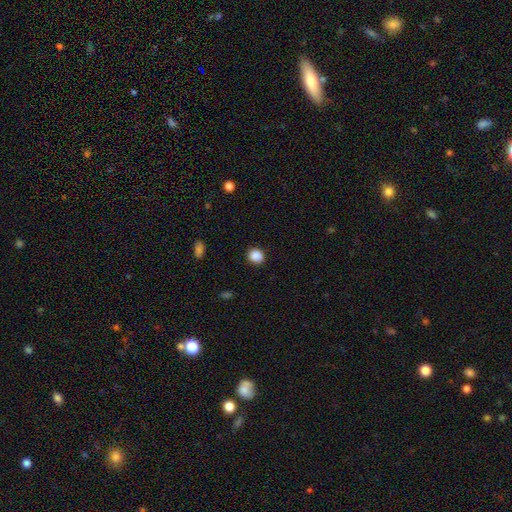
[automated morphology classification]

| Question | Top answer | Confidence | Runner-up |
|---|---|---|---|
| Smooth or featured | smooth | 88% | star or artifact (9%) |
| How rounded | round | 76% | in between (23%) |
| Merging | none | 88% | minor disturbance (8%) |